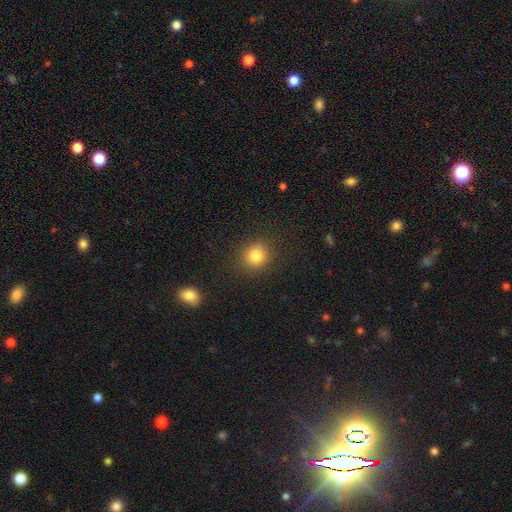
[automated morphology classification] Q: Smooth or featured?
A: smooth (81%); runner-up: star or artifact (12%)
Q: How rounded?
A: round (84%); runner-up: in between (15%)
Q: Merging?
A: none (87%); runner-up: minor disturbance (9%)